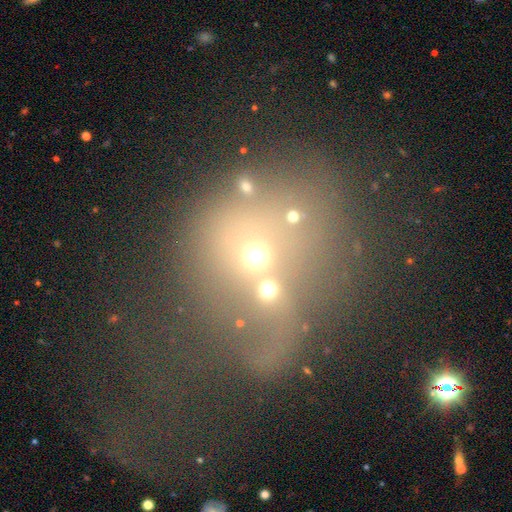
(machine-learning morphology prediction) The model was most divided on "smooth or featured": smooth: 42%, featured or disk: 30%, star or artifact: 27%. Remaining: merging — merger (49%).